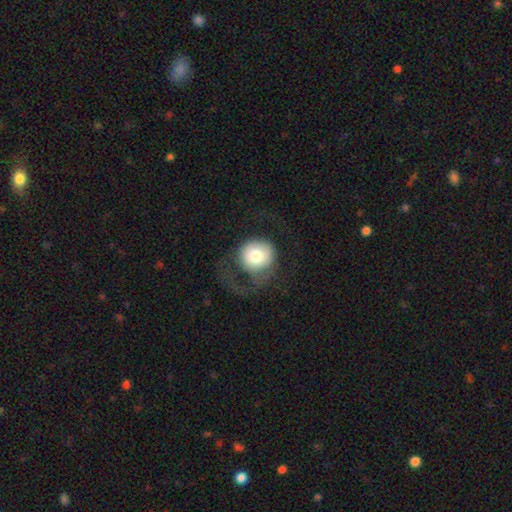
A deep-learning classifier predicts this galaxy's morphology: A smooth galaxy with no disk features (71%) that is round (90%).

Vote fractions:
- Smooth or featured? smooth: 71% / featured or disk: 21% / star or artifact: 8%
- How rounded? round: 90% / in between: 9% / cigar-shaped: 1%
- Merging? major disturbance: 43% / none: 38% / minor disturbance: 18% / merger: 2%